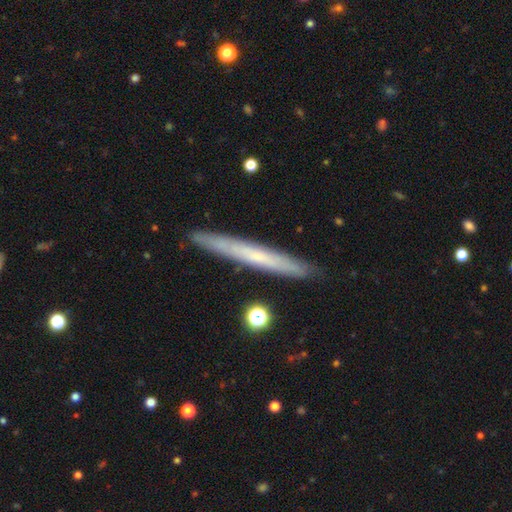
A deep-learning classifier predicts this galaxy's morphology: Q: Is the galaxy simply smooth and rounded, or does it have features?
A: featured or disk — 48%.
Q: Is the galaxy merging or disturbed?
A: none — 89%.